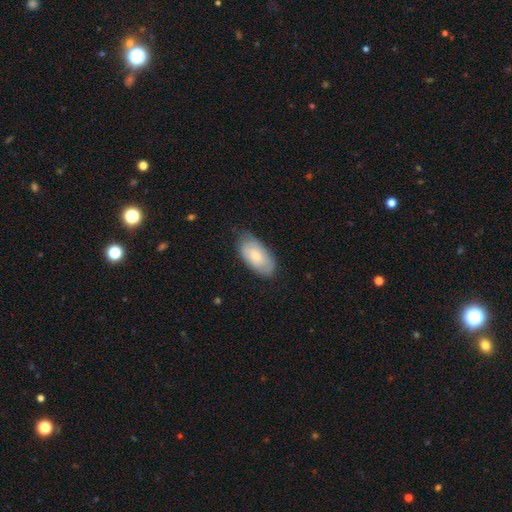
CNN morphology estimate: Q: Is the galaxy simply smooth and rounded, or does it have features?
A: smooth — 75%.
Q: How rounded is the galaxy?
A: in between — 95%.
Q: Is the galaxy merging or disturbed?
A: none — 71%.